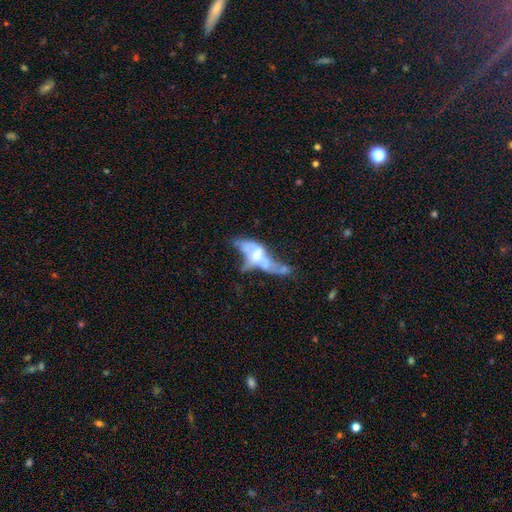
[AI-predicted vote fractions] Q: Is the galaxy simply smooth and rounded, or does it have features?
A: featured or disk — 64%.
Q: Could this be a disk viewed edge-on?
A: no — 84%.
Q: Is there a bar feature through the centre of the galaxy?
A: no — 69%.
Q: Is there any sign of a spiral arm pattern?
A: no — 70%.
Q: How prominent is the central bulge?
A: moderate — 61%.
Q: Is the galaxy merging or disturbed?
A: major disturbance — 38%.